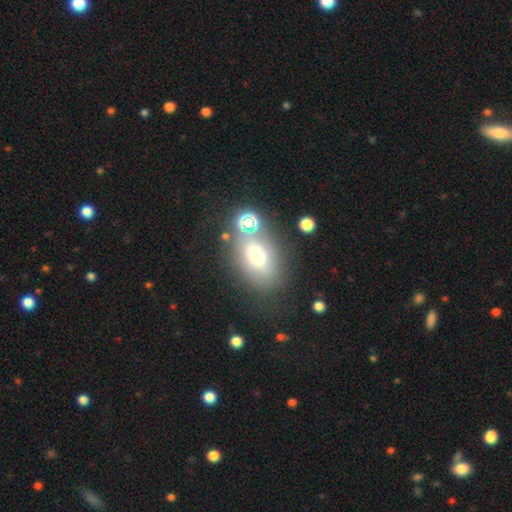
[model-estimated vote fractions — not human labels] Morphology: type=smooth (62%); roundness=in between (74%); merging=none (61%).